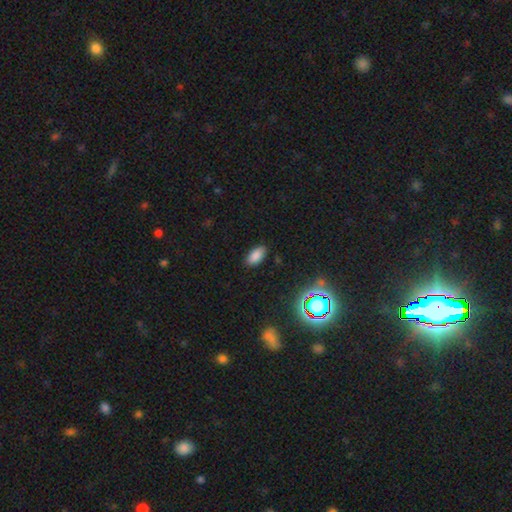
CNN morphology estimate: A smooth galaxy with no disk features (81%) that is in between round and cigar-shaped (93%).

Vote fractions:
- Smooth or featured? smooth: 81% / star or artifact: 14% / featured or disk: 5%
- How rounded? in between: 93% / cigar-shaped: 4% / round: 3%
- Merging? none: 86% / minor disturbance: 11% / major disturbance: 2% / merger: 1%